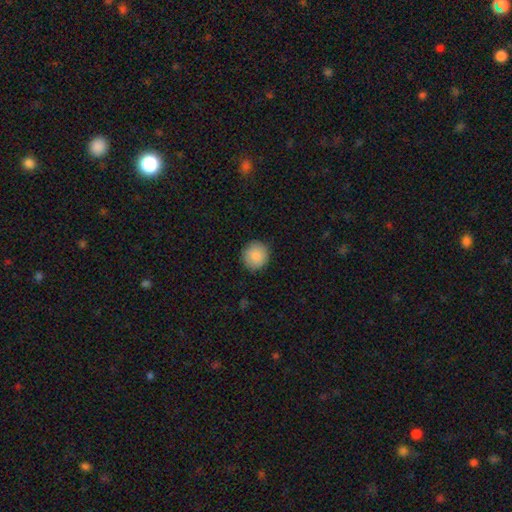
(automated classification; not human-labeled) Smooth or featured: smooth — 88% (star or artifact — 8%)
How rounded: round — 92% (in between — 7%)
Merging: none — 90% (minor disturbance — 7%)